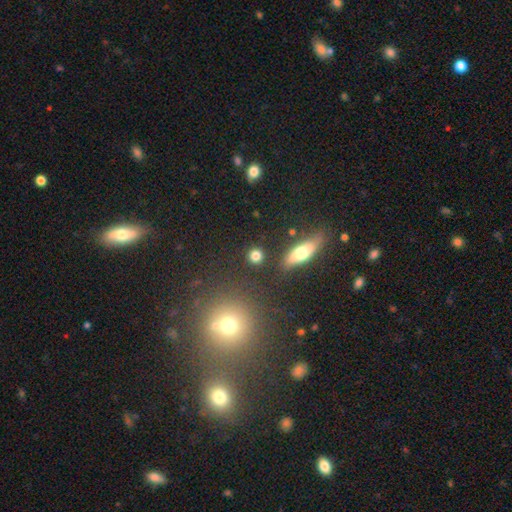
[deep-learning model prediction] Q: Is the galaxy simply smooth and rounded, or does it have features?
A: smooth — 82%.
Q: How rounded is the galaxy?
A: round — 84%.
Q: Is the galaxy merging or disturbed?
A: none — 87%.